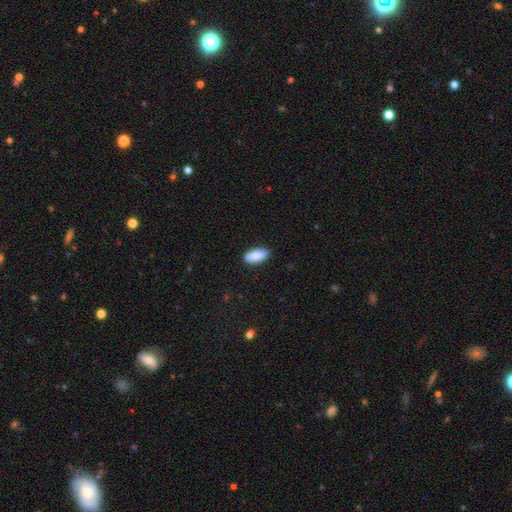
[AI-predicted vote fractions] Smooth or featured? smooth (89%)
How rounded? in between (88%)
Merging? none (87%)